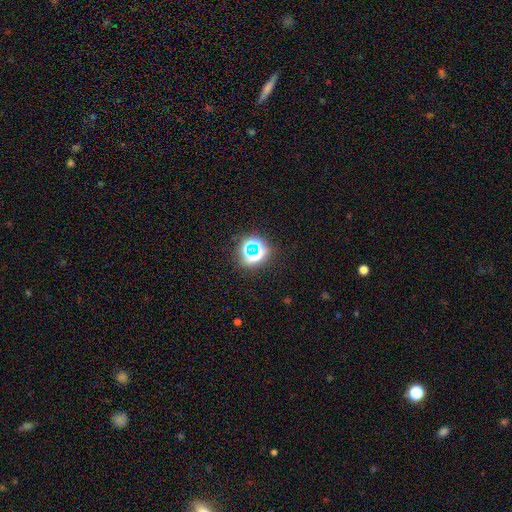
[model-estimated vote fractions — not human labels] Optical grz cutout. It shows a star or artifact, not a galaxy (66%).